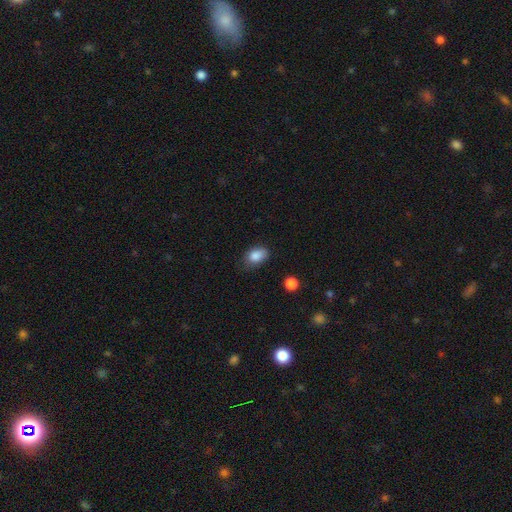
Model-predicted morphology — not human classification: smooth_or_featured: smooth (p=0.85) [alt: star or artifact p=0.09]
how_rounded: in between (p=0.84) [alt: round p=0.15]
merging: none (p=0.69) [alt: minor disturbance p=0.24]